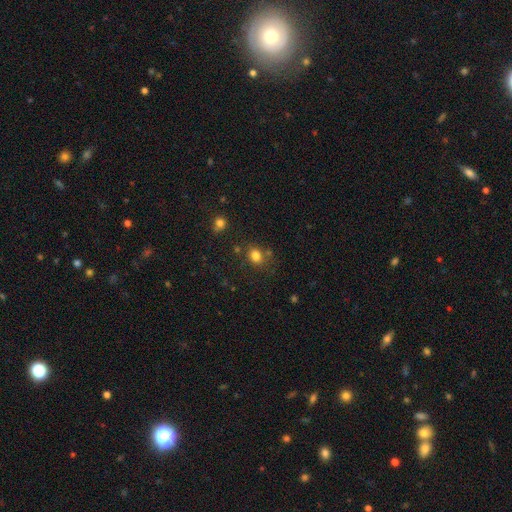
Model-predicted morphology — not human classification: Smooth or featured? Predicted: smooth (p=0.80). How rounded? Predicted: round (p=0.51). Merging? Predicted: none (p=0.71).